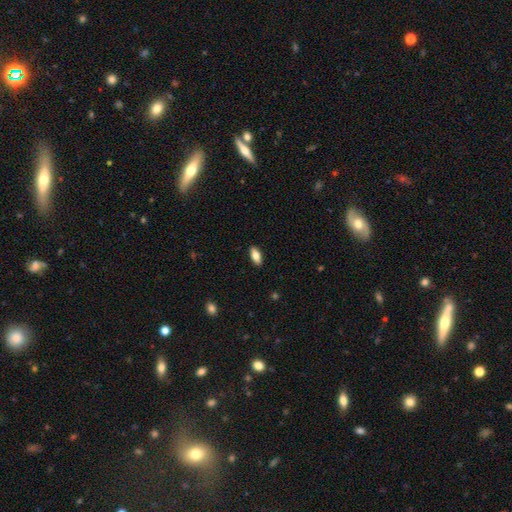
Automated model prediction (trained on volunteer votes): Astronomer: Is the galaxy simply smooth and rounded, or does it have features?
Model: smooth — 77%.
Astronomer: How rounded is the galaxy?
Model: in between — 85%.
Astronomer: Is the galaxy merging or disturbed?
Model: none — 89%.